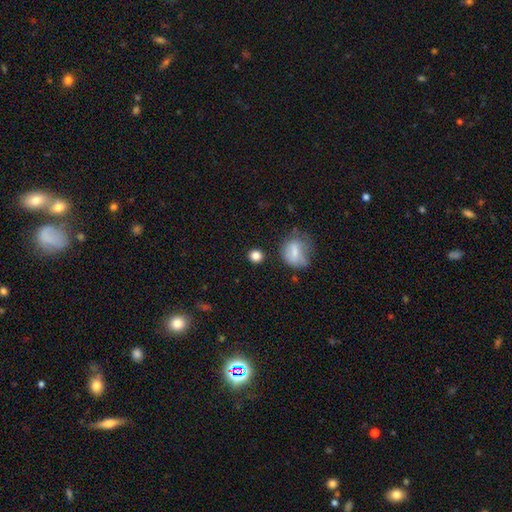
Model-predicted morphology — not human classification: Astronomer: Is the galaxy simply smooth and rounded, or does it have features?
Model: smooth — 84%.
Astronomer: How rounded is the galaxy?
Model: round — 84%.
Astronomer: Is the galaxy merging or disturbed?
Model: none — 83%.